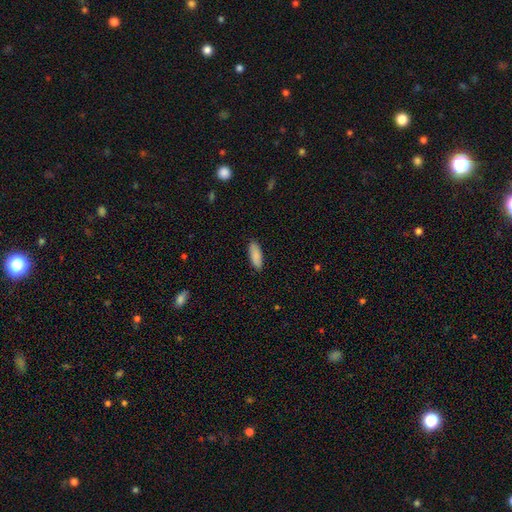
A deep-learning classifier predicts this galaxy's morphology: The model was most divided on "how rounded": in between: 69%, cigar-shaped: 29%, round: 2%. More confident: smooth or featured — smooth (88%); merging — none (88%).